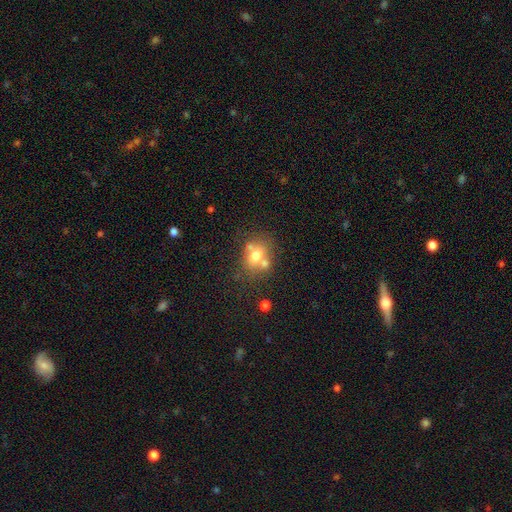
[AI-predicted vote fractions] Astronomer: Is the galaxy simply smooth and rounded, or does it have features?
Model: smooth — 65%.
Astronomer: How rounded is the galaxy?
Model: in between — 51% (runner-up: round, 47%).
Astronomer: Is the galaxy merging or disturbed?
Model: none — 49% (runner-up: merger, 32%).